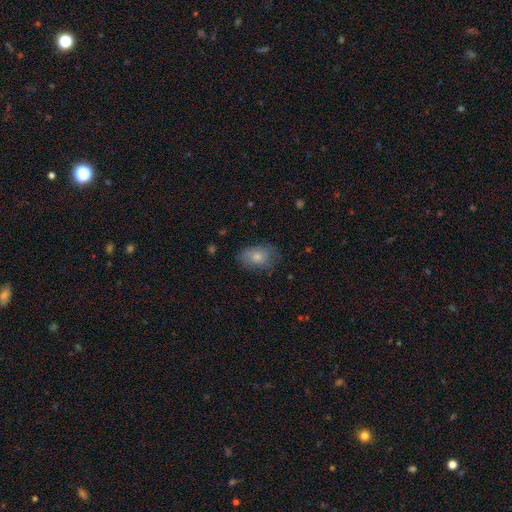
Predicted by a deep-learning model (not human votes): Smooth or featured? smooth (76%)
How rounded? in between (84%)
Merging? none (73%)